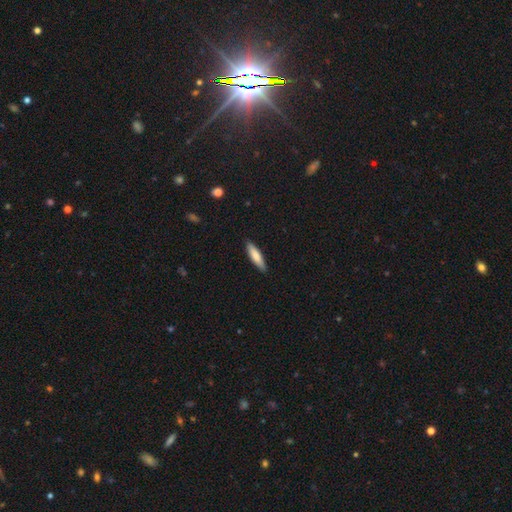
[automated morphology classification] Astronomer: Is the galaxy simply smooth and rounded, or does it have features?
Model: smooth — 78%.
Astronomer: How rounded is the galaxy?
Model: cigar-shaped — 71%.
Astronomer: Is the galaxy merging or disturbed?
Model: none — 89%.